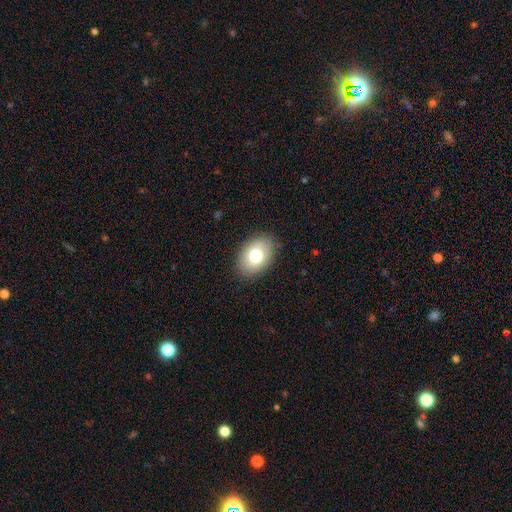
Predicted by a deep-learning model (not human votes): smooth-or-featured: smooth: 76% | featured or disk: 16% | star or artifact: 8%
  how-rounded: in between: 83% | round: 16% | cigar-shaped: 1%
  merging: none: 86% | minor disturbance: 10% | major disturbance: 3% | merger: 1%